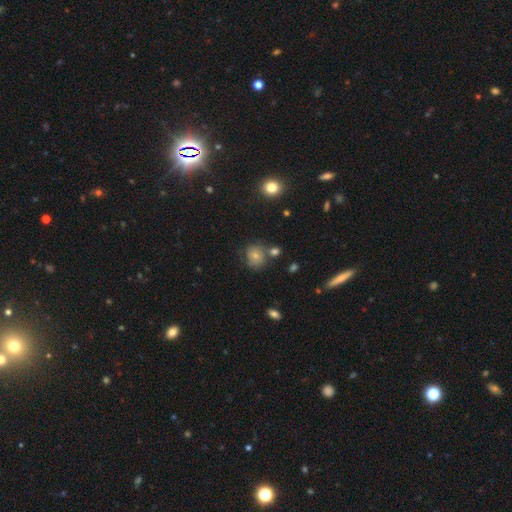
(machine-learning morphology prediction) smooth 56%, featured or disk 31%, star or artifact 13%. Down the decision tree: how rounded — round (79%); merging — none (61%).